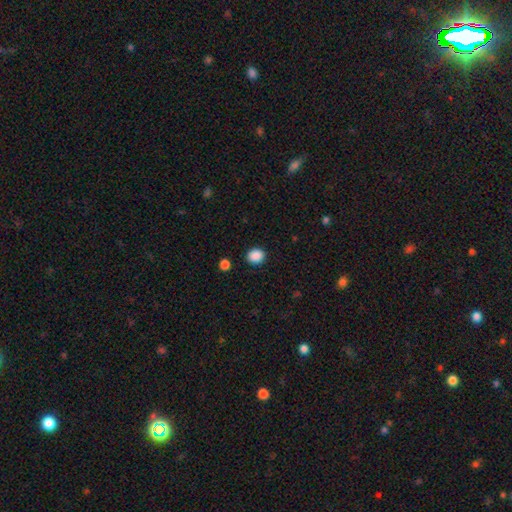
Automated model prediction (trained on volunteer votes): Q: Smooth or featured?
A: smooth (88%); runner-up: star or artifact (9%)
Q: How rounded?
A: round (69%); runner-up: in between (30%)
Q: Merging?
A: none (89%); runner-up: minor disturbance (7%)